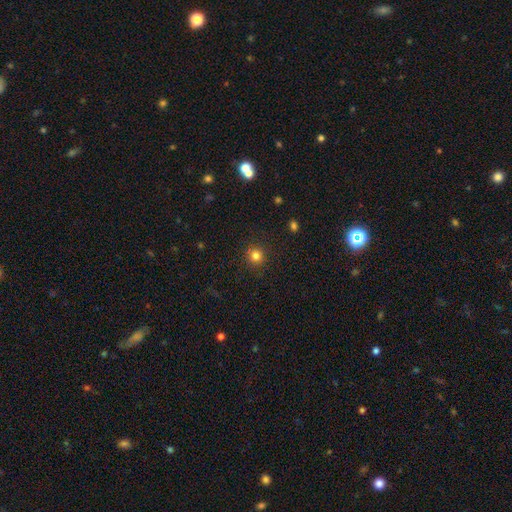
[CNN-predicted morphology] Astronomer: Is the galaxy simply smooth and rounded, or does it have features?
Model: smooth — 82%.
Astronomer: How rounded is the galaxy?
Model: round — 91%.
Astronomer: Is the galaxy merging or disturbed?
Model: none — 88%.